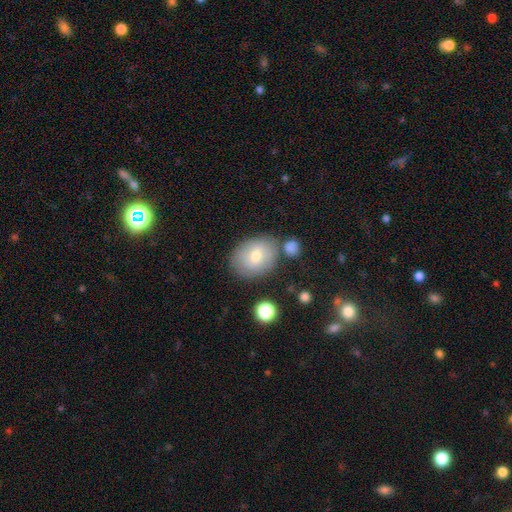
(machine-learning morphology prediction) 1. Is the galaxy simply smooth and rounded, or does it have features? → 72% smooth, 19% featured or disk, 9% star or artifact.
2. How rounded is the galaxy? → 56% in between, 43% round, 1% cigar-shaped.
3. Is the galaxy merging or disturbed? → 70% none, 16% minor disturbance, 10% merger, 4% major disturbance.